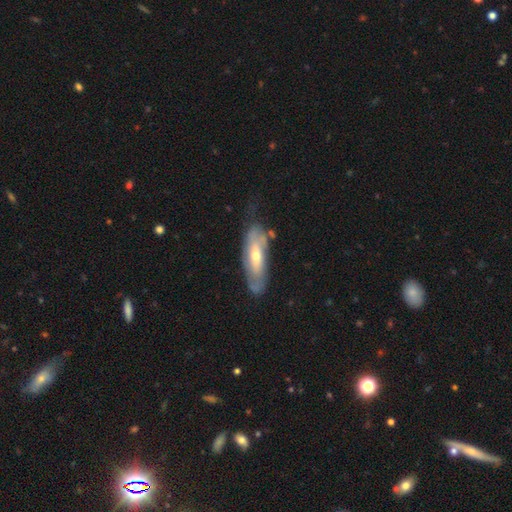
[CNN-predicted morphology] The model was most divided on "smooth or featured": featured or disk: 64%, smooth: 29%, star or artifact: 7%. More confident: edge-on disk — no (71%); merging — none (64%).